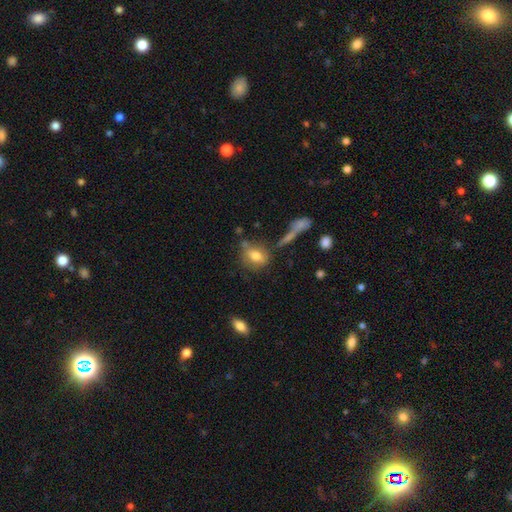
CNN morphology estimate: Smooth or featured? smooth (75%)
How rounded? in between (60%)
Merging? none (60%)